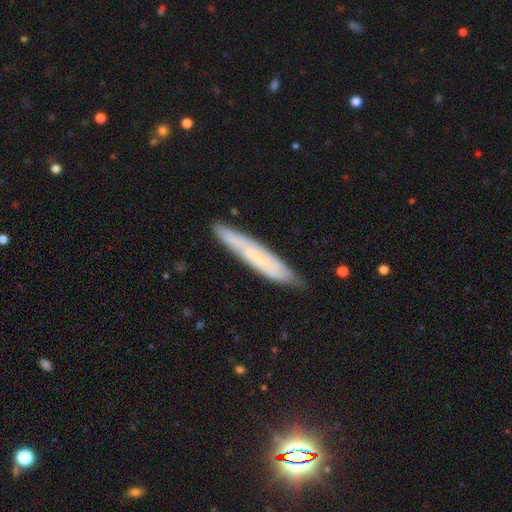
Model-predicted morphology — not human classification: Smooth or featured: featured or disk — 55% (smooth — 37%)
Edge-on disk: yes — 60% (no — 40%)
Merging: none — 79% (minor disturbance — 16%)